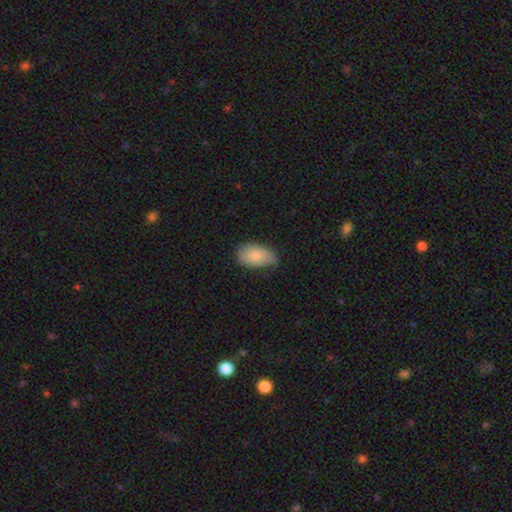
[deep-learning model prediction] Q: Smooth or featured?
A: smooth (82%); runner-up: featured or disk (11%)
Q: How rounded?
A: in between (93%); runner-up: round (5%)
Q: Merging?
A: none (64%); runner-up: minor disturbance (30%)